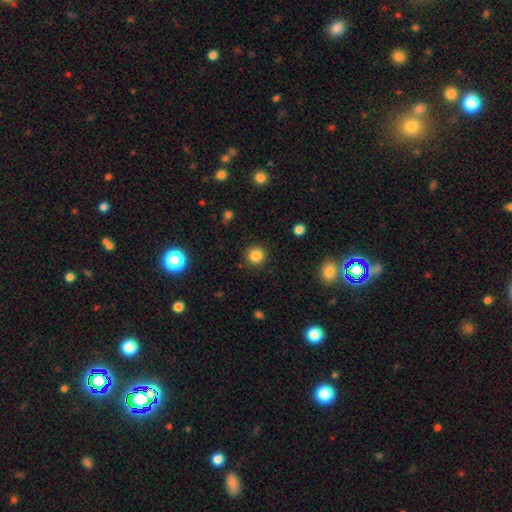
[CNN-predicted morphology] type=smooth (85%); roundness=round (94%); merging=none (91%).